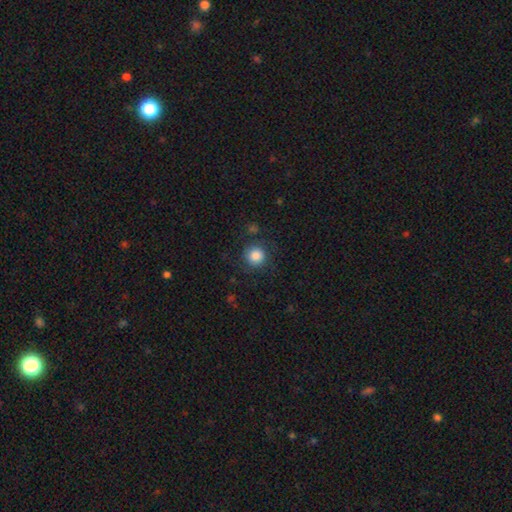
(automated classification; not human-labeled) smooth-or-featured: smooth: 84% | star or artifact: 9% | featured or disk: 7%
  how-rounded: round: 93% | in between: 6% | cigar-shaped: 1%
  merging: none: 82% | minor disturbance: 11% | major disturbance: 5% | merger: 2%